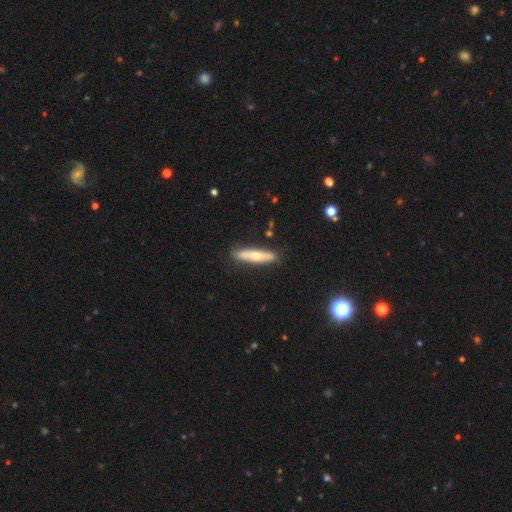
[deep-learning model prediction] Morphology: type=smooth (54%); roundness=cigar-shaped (80%); merging=none (84%).